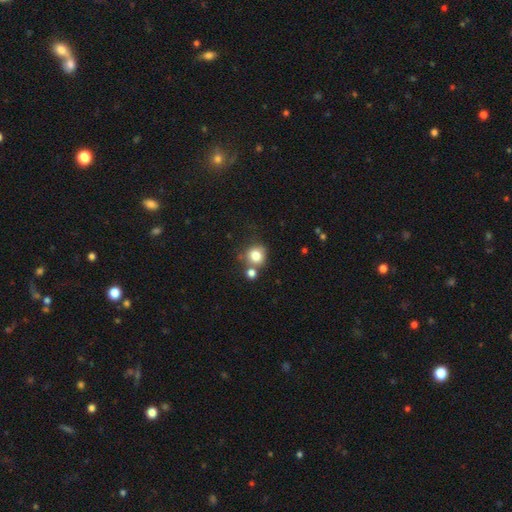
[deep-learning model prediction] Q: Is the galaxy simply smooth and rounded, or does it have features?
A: smooth — 80%.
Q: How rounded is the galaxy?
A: round — 88%.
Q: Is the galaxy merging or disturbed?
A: none — 62%.